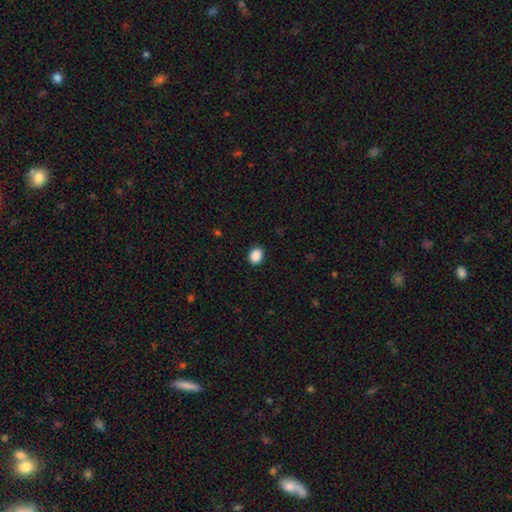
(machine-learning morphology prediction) The model was most divided on "how rounded": in between: 54%, round: 45%, cigar-shaped: 1%. More confident: merging — none (90%); smooth or featured — smooth (89%).